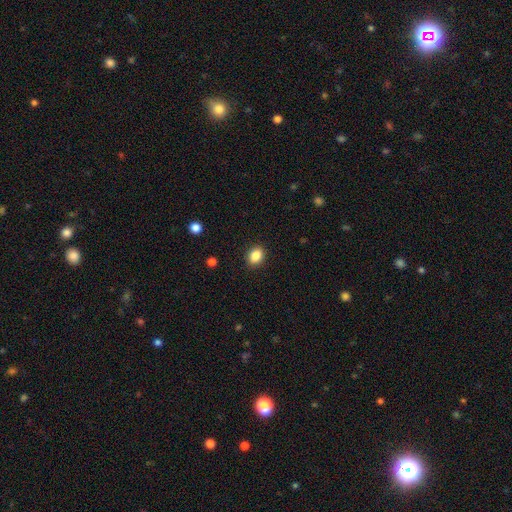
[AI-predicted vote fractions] smooth_or_featured: smooth (p=0.87) [alt: star or artifact p=0.09]
how_rounded: in between (p=0.64) [alt: round p=0.35]
merging: none (p=0.90) [alt: minor disturbance p=0.07]